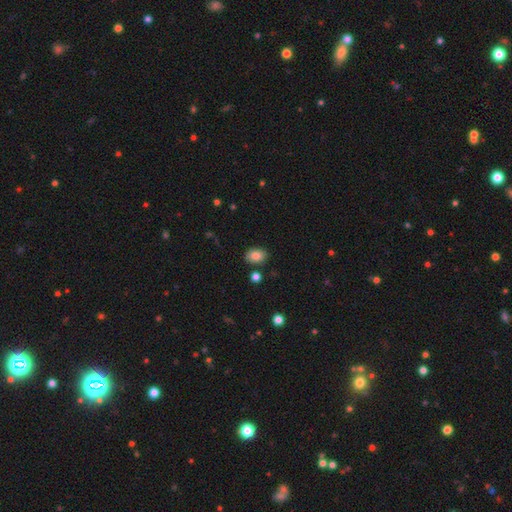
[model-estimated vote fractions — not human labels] This appears to be a smooth galaxy with no disk features (85%) that is in between round and cigar-shaped (76%). Merging: none (84%).